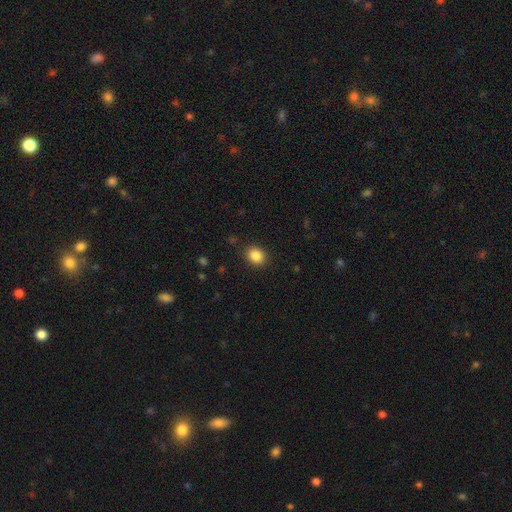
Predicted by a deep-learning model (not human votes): smooth 86%, star or artifact 10%, featured or disk 5%. Down the decision tree: how rounded — round (54%); merging — none (88%).